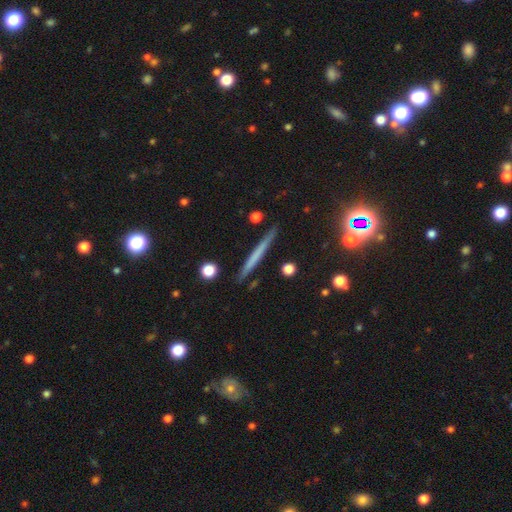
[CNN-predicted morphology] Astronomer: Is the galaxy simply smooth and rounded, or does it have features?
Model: smooth — 49% (runner-up: featured or disk, 42%).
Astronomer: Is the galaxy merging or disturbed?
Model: none — 90%.